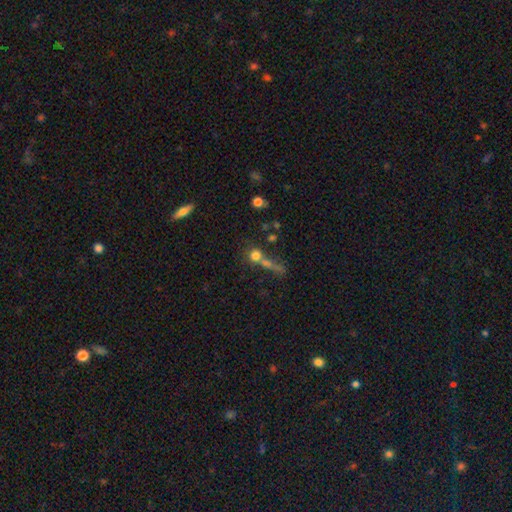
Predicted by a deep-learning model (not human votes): Smooth or featured?
  - smooth: 71% *
  - star or artifact: 15%
  - featured or disk: 14%
How rounded?
  - round: 85% *
  - in between: 10%
  - cigar-shaped: 5%
Merging?
  - none: 42% *
  - merger: 41%
  - major disturbance: 9%
  - minor disturbance: 8%